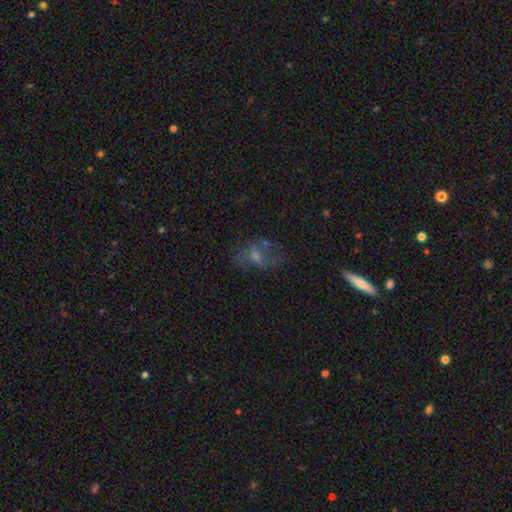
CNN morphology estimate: The model was most divided on "smooth or featured": featured or disk: 50%, smooth: 31%, star or artifact: 19%. More confident: merging — none (56%).